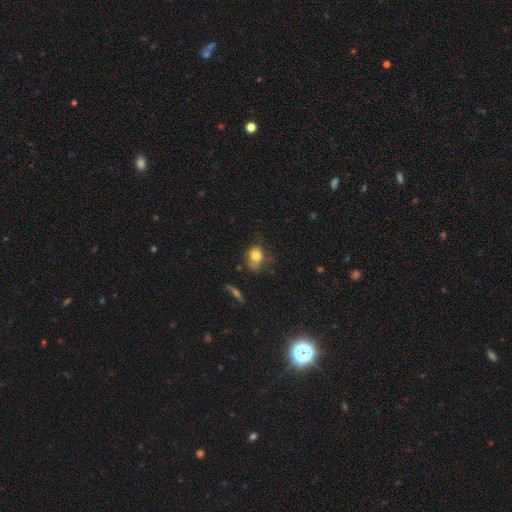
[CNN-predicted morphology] Overall: smooth (75%). How rounded: round (54%; in between 45%). Merging: none (42%; minor disturbance 32%).